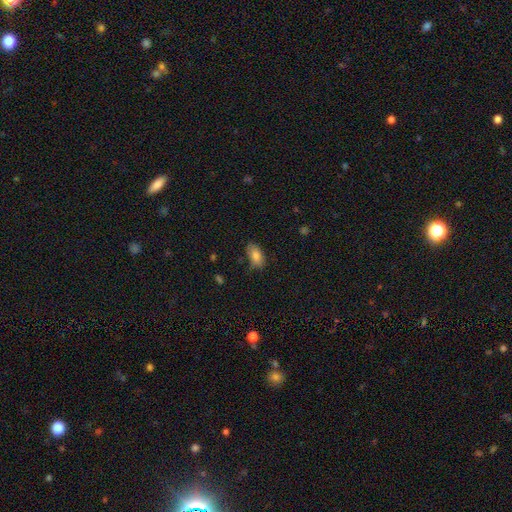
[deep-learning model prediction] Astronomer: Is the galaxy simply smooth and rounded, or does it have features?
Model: smooth — 83%.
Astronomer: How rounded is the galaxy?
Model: in between — 91%.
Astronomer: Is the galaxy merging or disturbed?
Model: none — 66%.